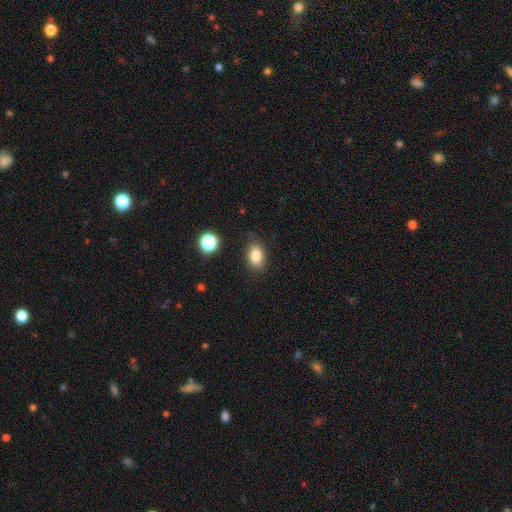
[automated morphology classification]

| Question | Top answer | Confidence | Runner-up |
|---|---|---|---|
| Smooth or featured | smooth | 83% | star or artifact (10%) |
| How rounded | in between | 83% | round (15%) |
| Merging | none | 81% | minor disturbance (14%) |